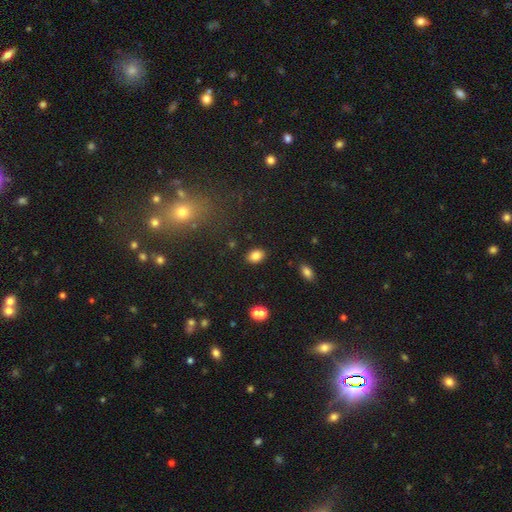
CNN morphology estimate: smooth_or_featured: smooth (p=0.83) [alt: star or artifact p=0.10]
how_rounded: in between (p=0.75) [alt: round p=0.23]
merging: none (p=0.87) [alt: minor disturbance p=0.09]